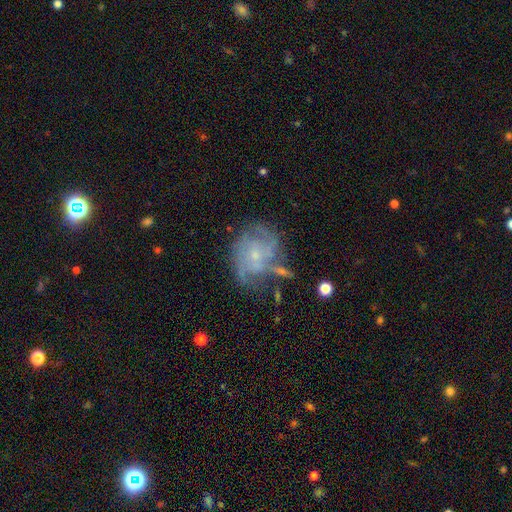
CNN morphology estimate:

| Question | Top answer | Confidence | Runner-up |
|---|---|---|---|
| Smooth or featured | featured or disk | 76% | smooth (15%) |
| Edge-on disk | no | 98% | yes (2%) |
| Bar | no | 74% | weak (22%) |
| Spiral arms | yes | 85% | no (15%) |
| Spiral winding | tight | 45% | medium (38%) |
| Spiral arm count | can't tell | 39% | 3 (19%) |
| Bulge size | small | 76% | moderate (17%) |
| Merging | none | 50% | minor disturbance (23%) |